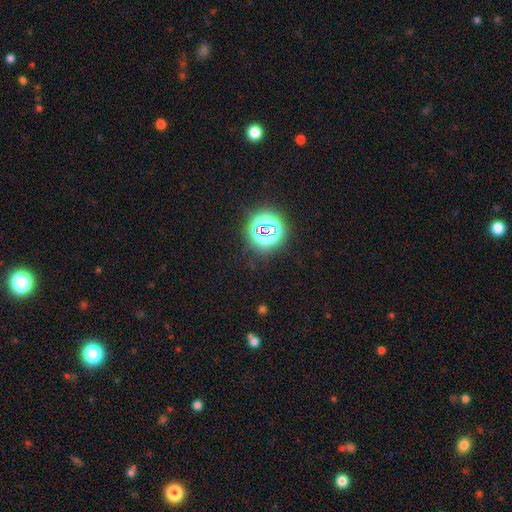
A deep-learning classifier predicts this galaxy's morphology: Smooth or featured? star or artifact (73%)